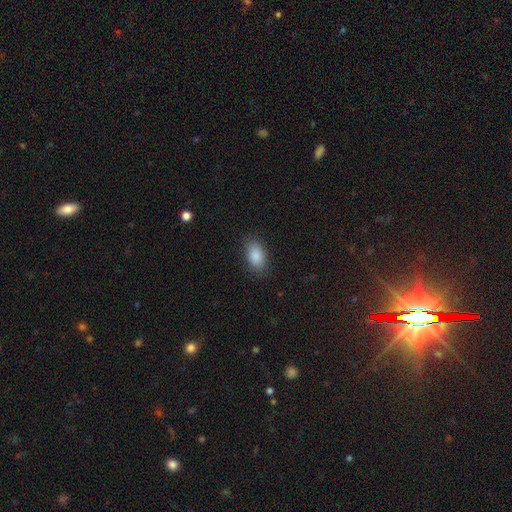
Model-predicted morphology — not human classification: This is clearly a smooth galaxy (88%). How rounded: clearly in between (91%). Merging: clearly none (84%).